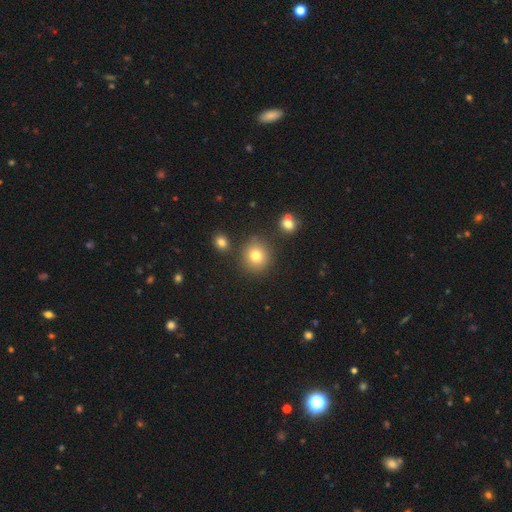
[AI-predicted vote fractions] Smooth or featured?
  - smooth: 79% *
  - star or artifact: 13%
  - featured or disk: 8%
How rounded?
  - round: 88% *
  - in between: 11%
  - cigar-shaped: 1%
Merging?
  - none: 81% *
  - minor disturbance: 9%
  - merger: 6%
  - major disturbance: 3%